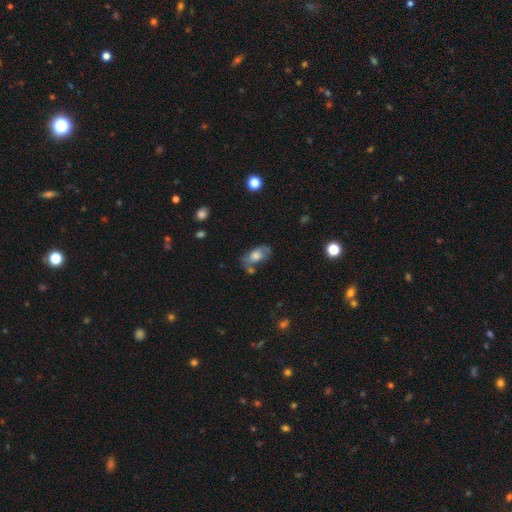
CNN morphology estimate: type=smooth (56%); roundness=in between (88%); merging=none (48%).